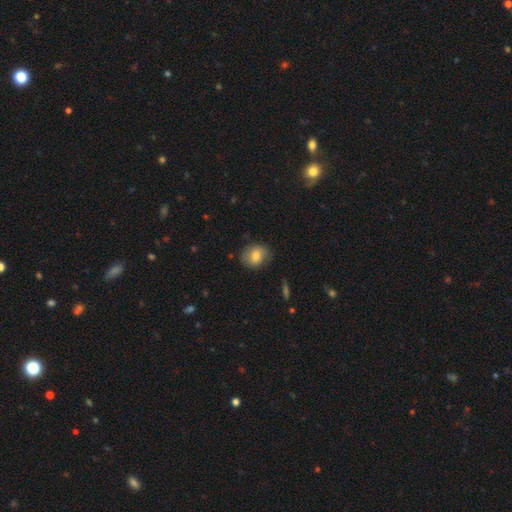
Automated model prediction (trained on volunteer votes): A smooth galaxy with no disk features (73%) that is round (62%). Merging: none (77%).